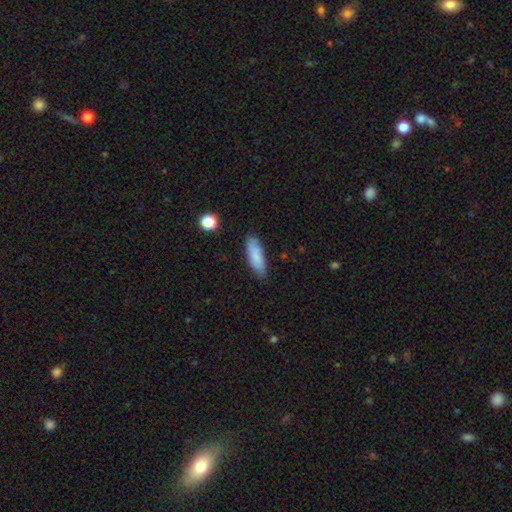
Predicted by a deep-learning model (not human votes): smooth 82%, featured or disk 11%, star or artifact 7%. Down the decision tree: how rounded — in between (59%); merging — none (79%).